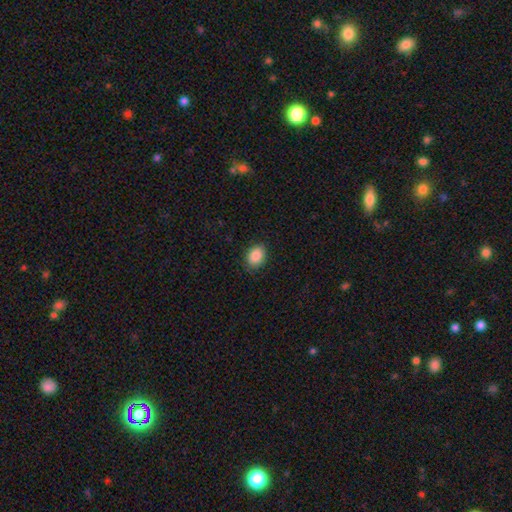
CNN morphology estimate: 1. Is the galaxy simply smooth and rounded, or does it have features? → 89% smooth, 8% star or artifact, 3% featured or disk.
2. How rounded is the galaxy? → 64% in between, 35% round, 1% cigar-shaped.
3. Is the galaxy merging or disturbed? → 86% none, 10% minor disturbance, 3% major disturbance, 1% merger.